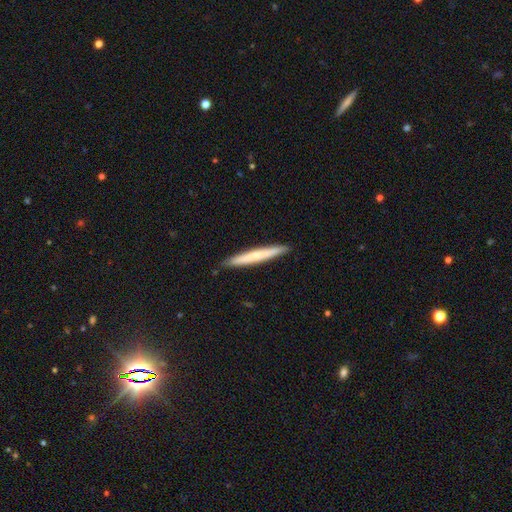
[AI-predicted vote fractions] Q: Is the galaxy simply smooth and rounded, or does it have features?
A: smooth — 58%.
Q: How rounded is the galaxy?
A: cigar-shaped — 96%.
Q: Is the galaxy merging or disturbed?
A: none — 90%.